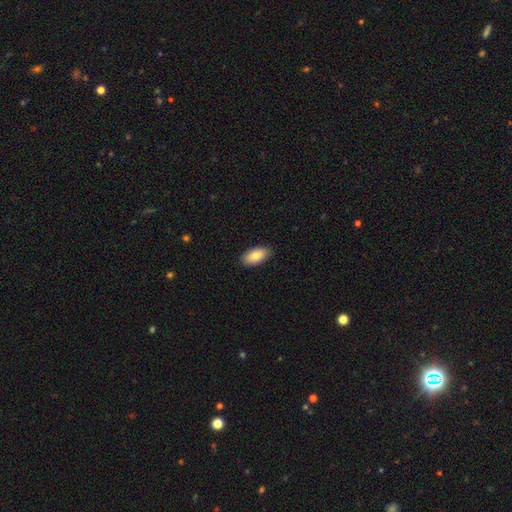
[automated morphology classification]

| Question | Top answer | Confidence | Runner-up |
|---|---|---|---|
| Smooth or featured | smooth | 83% | featured or disk (11%) |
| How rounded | in between | 93% | cigar-shaped (5%) |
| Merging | none | 89% | minor disturbance (8%) |